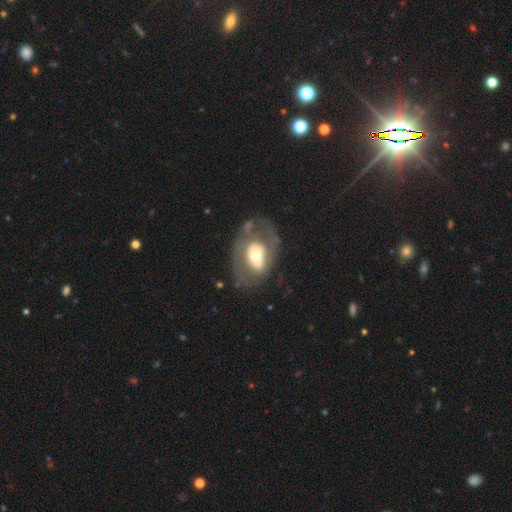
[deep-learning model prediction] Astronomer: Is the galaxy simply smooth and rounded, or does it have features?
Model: featured or disk — 60%.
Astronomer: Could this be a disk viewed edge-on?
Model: no — 94%.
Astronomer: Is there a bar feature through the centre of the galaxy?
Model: no — 66%.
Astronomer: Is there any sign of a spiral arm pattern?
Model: no — 64%.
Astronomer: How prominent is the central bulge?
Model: moderate — 62%.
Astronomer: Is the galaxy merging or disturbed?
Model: none — 52%.